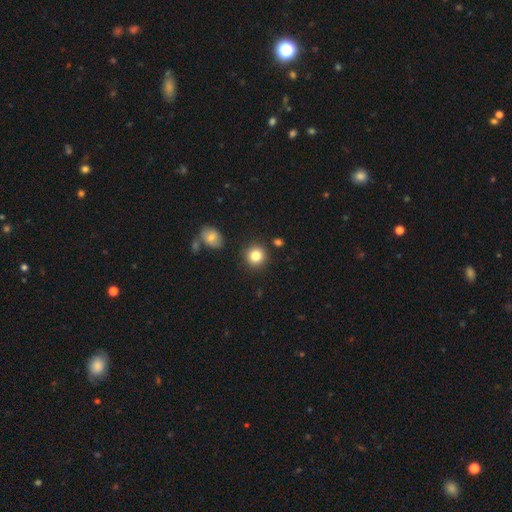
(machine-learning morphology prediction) The model was most divided on "smooth or featured": smooth: 82%, star or artifact: 11%, featured or disk: 7%. More confident: how rounded — round (90%); merging — none (87%).